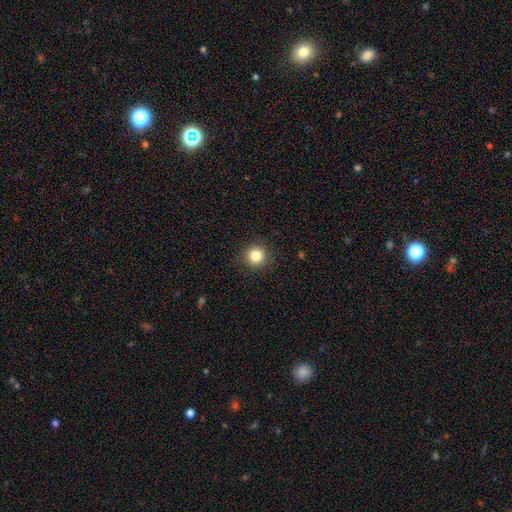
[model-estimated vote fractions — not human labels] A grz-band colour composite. It shows a smooth galaxy with no disk features (83%) that is round (95%). Merging: none (91%).